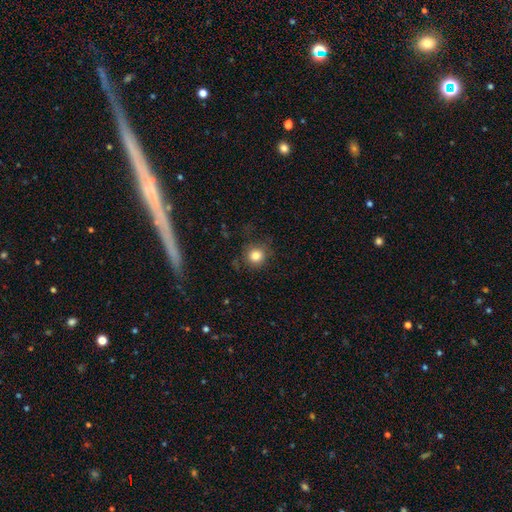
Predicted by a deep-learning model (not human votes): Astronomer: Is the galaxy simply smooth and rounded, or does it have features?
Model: smooth — 82%.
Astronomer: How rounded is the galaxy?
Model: round — 90%.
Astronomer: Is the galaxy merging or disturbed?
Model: none — 79%.